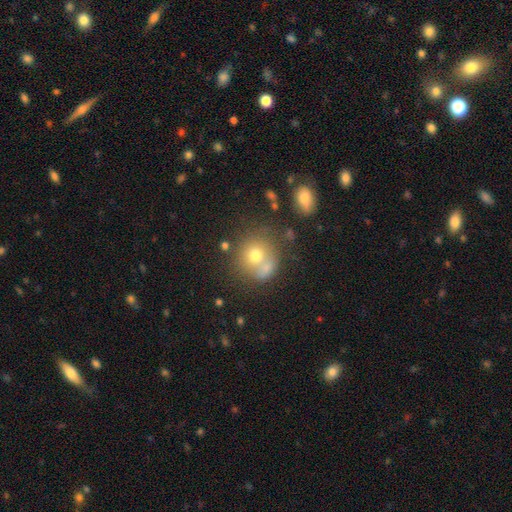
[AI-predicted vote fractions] This appears to be a smooth galaxy with no disk features (66%) that is round (85%). Merging: none (46%).